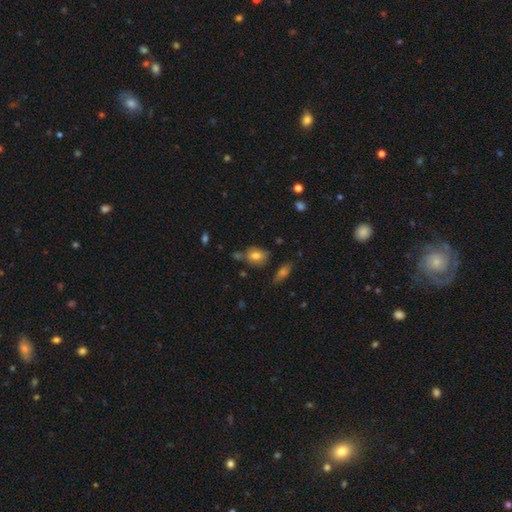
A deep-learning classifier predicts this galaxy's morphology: Q: Smooth or featured?
A: smooth (74%); runner-up: featured or disk (15%)
Q: How rounded?
A: in between (59%); runner-up: round (39%)
Q: Merging?
A: none (64%); runner-up: minor disturbance (20%)